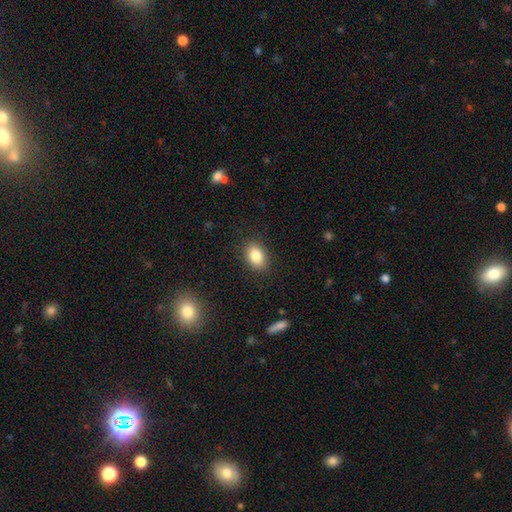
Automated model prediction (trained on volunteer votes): A smooth galaxy with no disk features (85%) that is in between round and cigar-shaped (83%). Merging: none (87%).